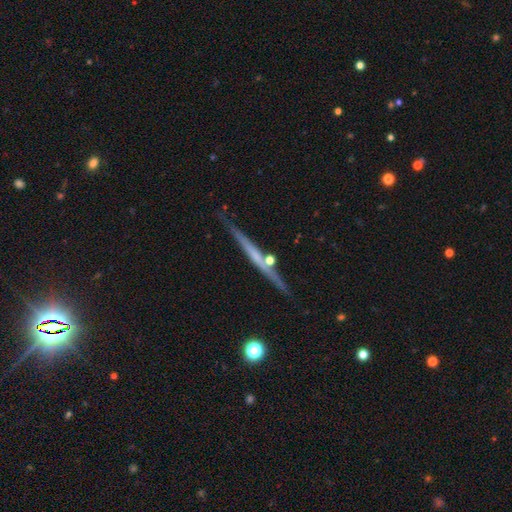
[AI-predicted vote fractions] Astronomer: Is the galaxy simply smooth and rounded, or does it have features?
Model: featured or disk — 71%.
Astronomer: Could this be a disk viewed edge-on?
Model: yes — 97%.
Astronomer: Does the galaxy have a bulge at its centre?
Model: none — 52% (runner-up: rounded, 40%).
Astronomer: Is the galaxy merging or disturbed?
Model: none — 84%.